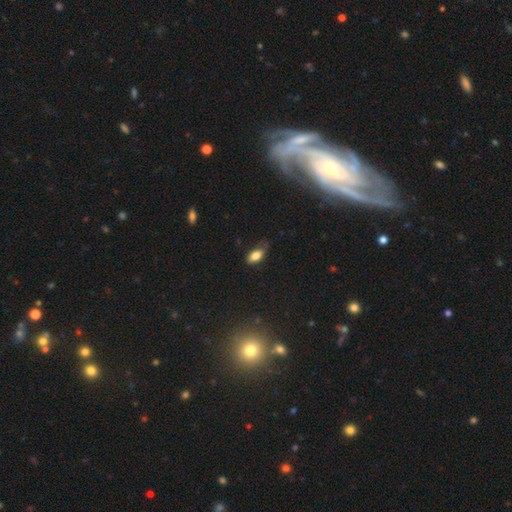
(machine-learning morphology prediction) This appears to be a smooth galaxy with no disk features (81%) that is in between round and cigar-shaped (89%). Merging: none (57%).